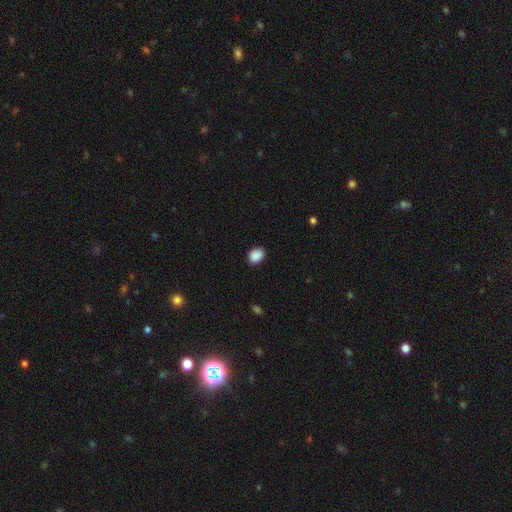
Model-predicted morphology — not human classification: Q: Smooth or featured?
A: smooth (89%); runner-up: star or artifact (8%)
Q: How rounded?
A: in between (59%); runner-up: round (40%)
Q: Merging?
A: none (85%); runner-up: minor disturbance (11%)